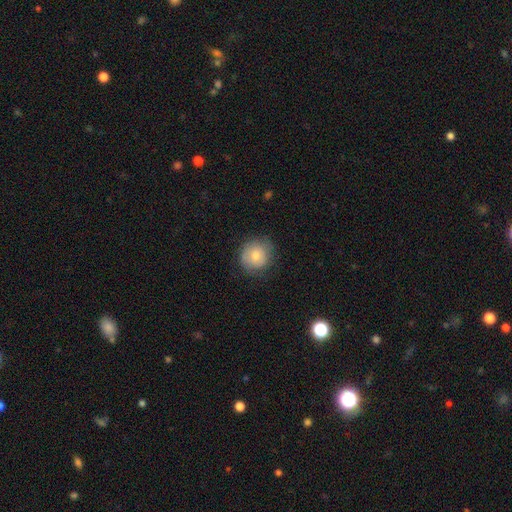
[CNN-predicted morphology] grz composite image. It shows a smooth galaxy with no disk features (73%) that is round (88%). Merging: none (75%).